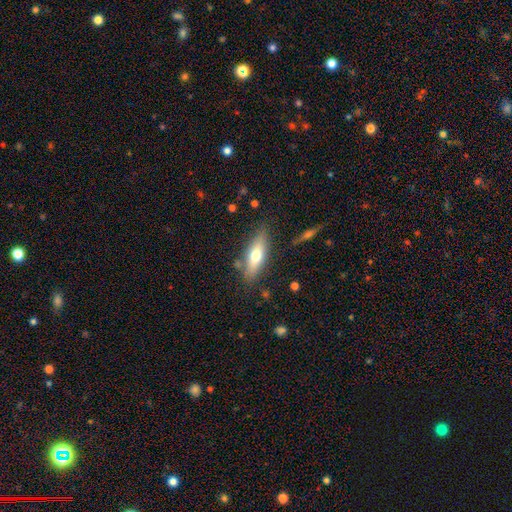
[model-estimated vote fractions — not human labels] Morphology: type=smooth (58%); roundness=in between (53%); merging=none (79%).